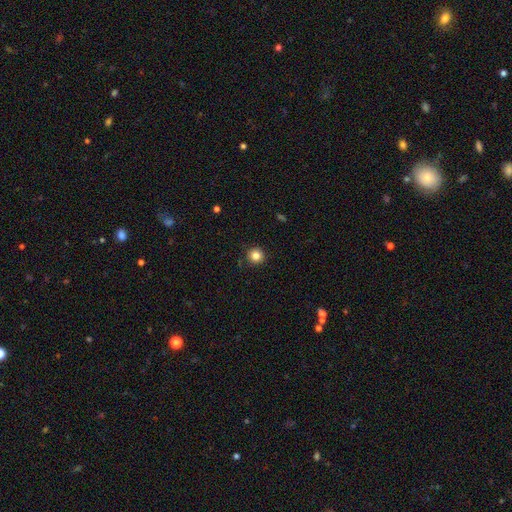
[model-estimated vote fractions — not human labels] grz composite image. It shows a smooth galaxy with no disk features (83%) that is round (95%). Merging: none (90%).